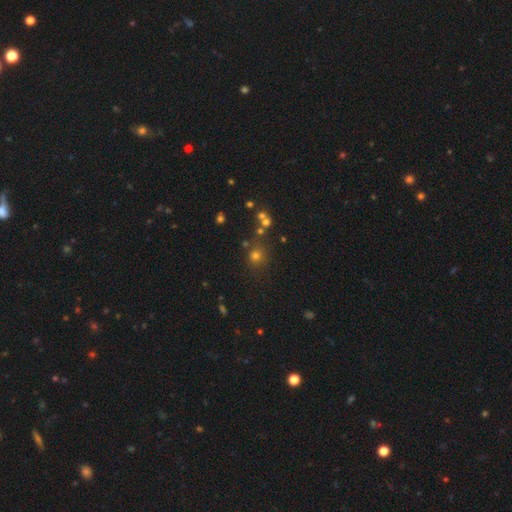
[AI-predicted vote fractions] The model was most divided on "smooth or featured": smooth: 66%, star or artifact: 25%, featured or disk: 9%. More confident: how rounded — round (86%); merging — none (74%).